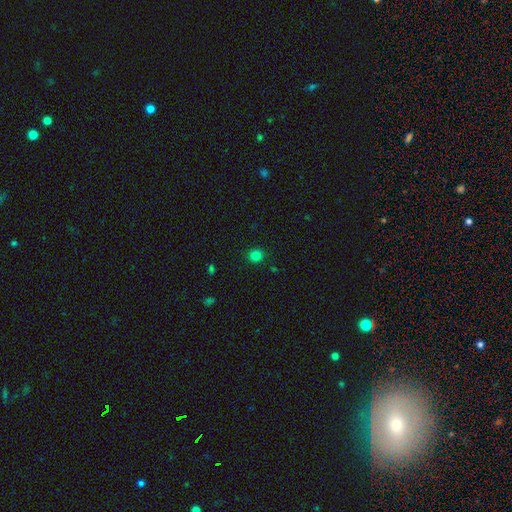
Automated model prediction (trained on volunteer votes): Smooth or featured?
  - smooth: 81% *
  - star or artifact: 15%
  - featured or disk: 4%
How rounded?
  - round: 89% *
  - in between: 10%
  - cigar-shaped: 1%
Merging?
  - none: 91% *
  - minor disturbance: 6%
  - major disturbance: 2%
  - merger: 1%